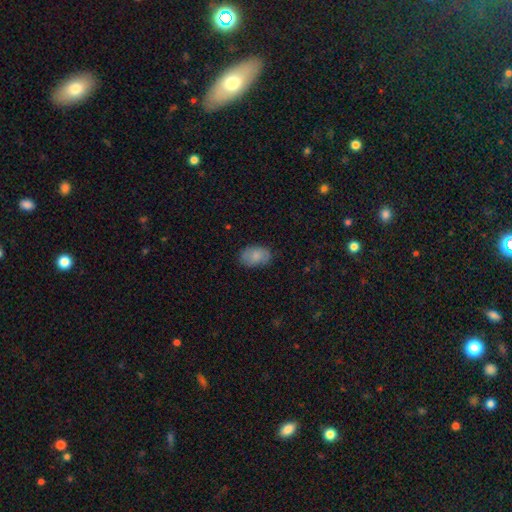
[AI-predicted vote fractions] A smooth galaxy with no disk features (81%) that is in between round and cigar-shaped (88%).

Vote fractions:
- Smooth or featured? smooth: 81% / featured or disk: 12% / star or artifact: 7%
- How rounded? in between: 88% / round: 11% / cigar-shaped: 1%
- Merging? none: 78% / minor disturbance: 17% / major disturbance: 4% / merger: 1%